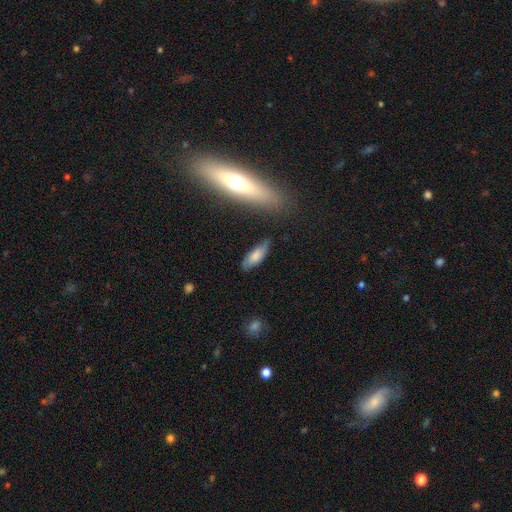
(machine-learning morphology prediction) The model was most divided on "how rounded": in between: 62%, cigar-shaped: 35%, round: 2%. More confident: merging — none (70%); smooth or featured — smooth (68%).